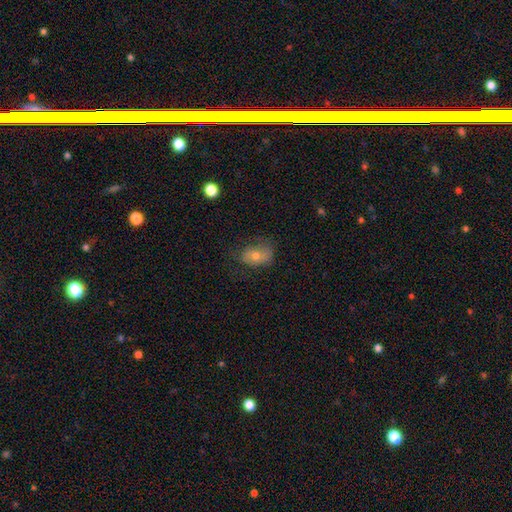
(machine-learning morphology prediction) type=smooth (66%); roundness=in between (75%); merging=none (55%).